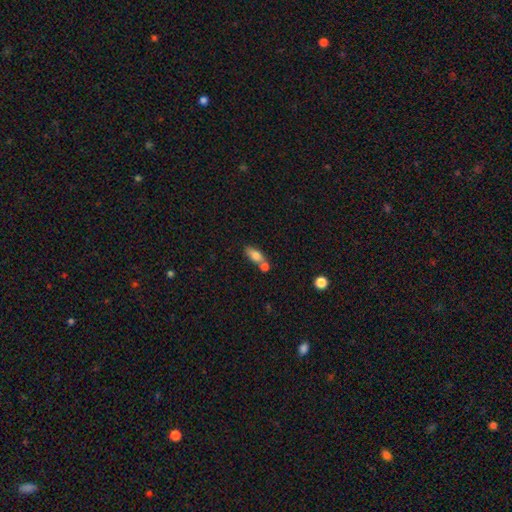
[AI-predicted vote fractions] Smooth or featured: smooth — 75% (featured or disk — 17%)
How rounded: in between — 78% (cigar-shaped — 16%)
Merging: merger — 44% (none — 41%)